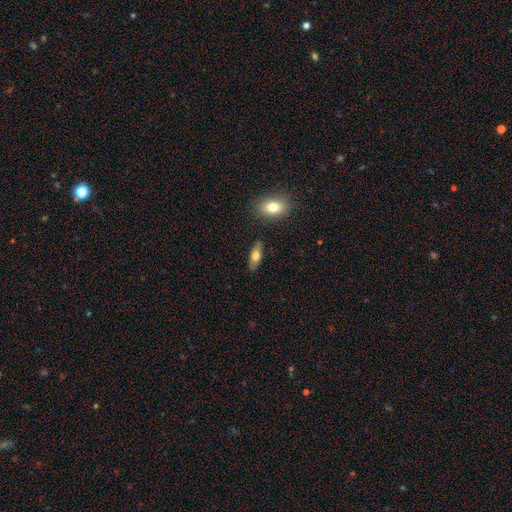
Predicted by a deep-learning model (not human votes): The model was most divided on "smooth or featured": smooth: 65%, featured or disk: 28%, star or artifact: 7%. More confident: merging — none (84%); how rounded — in between (71%).